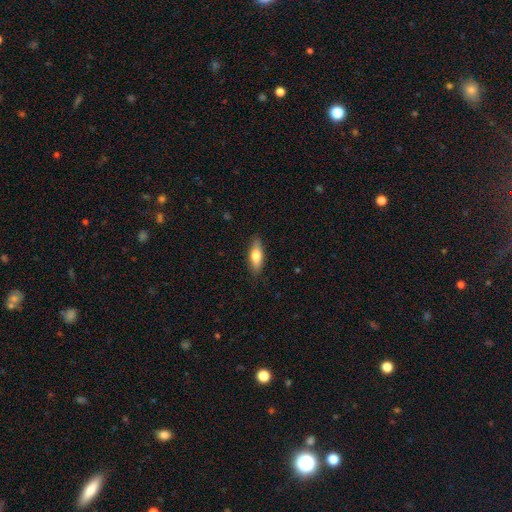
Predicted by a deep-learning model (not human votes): The model was most divided on "how rounded": in between: 59%, cigar-shaped: 38%, round: 3%. More confident: merging — none (86%); smooth or featured — smooth (67%).